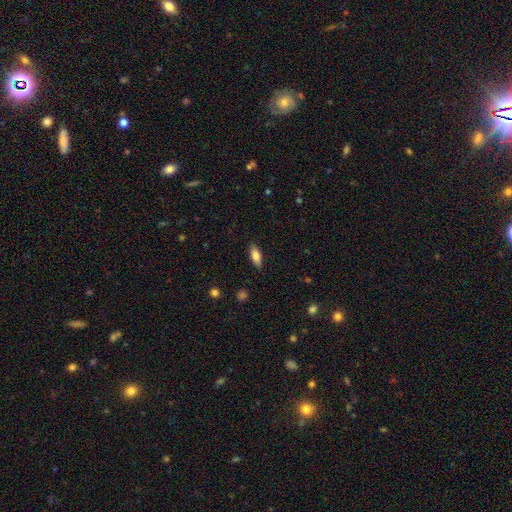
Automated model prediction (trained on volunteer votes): This is clearly a smooth galaxy (81%). How rounded: likely in between (72%). Merging: clearly none (86%).